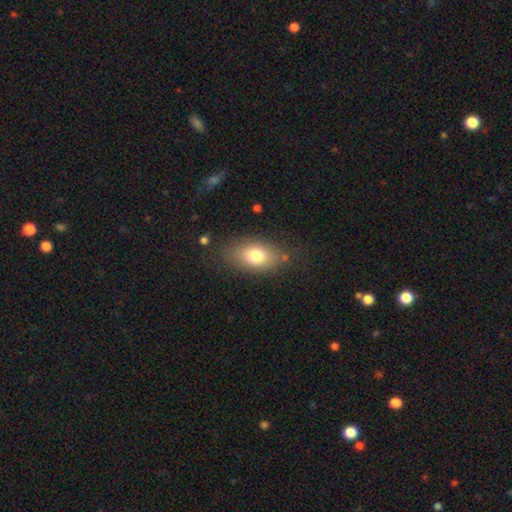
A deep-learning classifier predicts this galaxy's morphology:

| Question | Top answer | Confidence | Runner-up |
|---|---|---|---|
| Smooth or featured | smooth | 77% | featured or disk (14%) |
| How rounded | in between | 84% | round (13%) |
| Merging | none | 78% | minor disturbance (14%) |